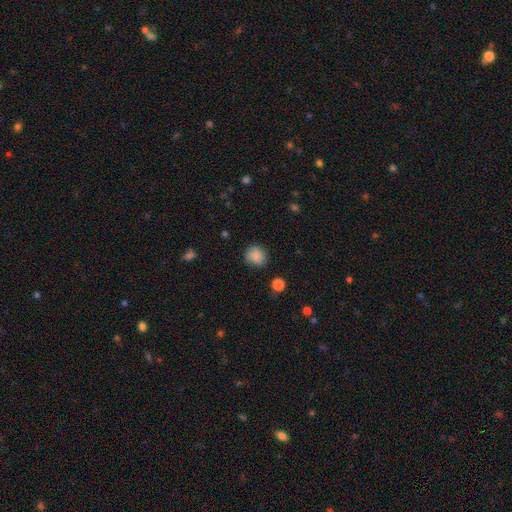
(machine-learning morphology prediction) Smooth or featured? Predicted: smooth (p=0.87). How rounded? Predicted: round (p=0.83). Merging? Predicted: none (p=0.81).